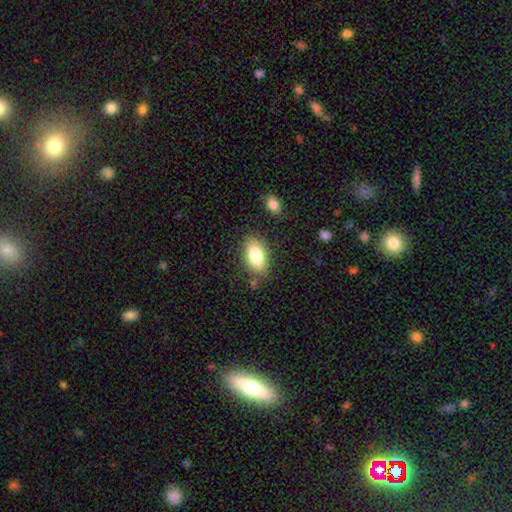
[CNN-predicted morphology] Overall: smooth (84%). How rounded: in between (92%). Merging: none (79%).